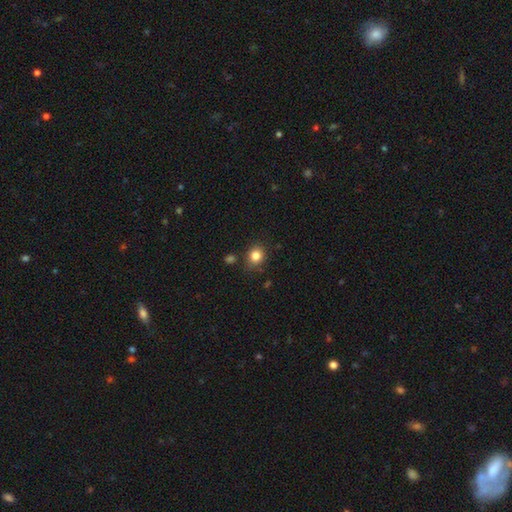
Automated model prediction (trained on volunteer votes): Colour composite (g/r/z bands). It shows a smooth galaxy with no disk features (83%) that is round (76%). Merging: none (82%).